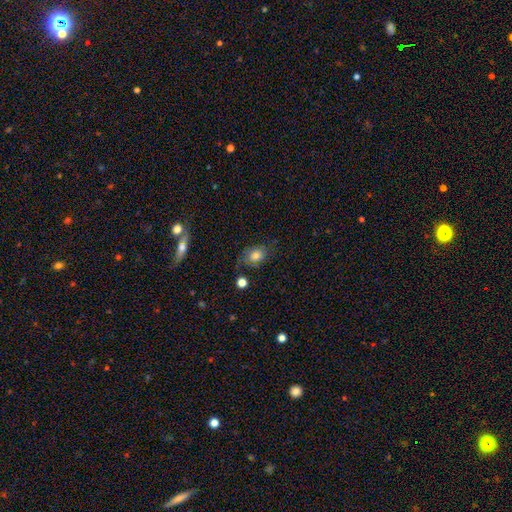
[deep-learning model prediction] Smooth or featured: smooth — 67% (featured or disk — 22%)
How rounded: in between — 53% (round — 46%)
Merging: none — 62% (minor disturbance — 24%)